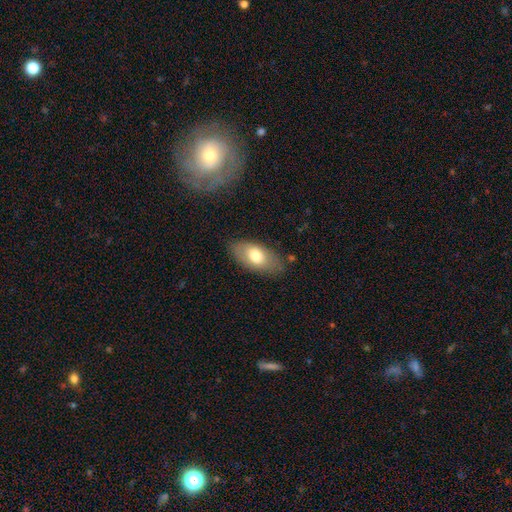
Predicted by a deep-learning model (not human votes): Smooth or featured?
  - smooth: 73% *
  - featured or disk: 21%
  - star or artifact: 7%
How rounded?
  - in between: 92% *
  - cigar-shaped: 5%
  - round: 4%
Merging?
  - none: 80% *
  - minor disturbance: 14%
  - major disturbance: 4%
  - merger: 2%